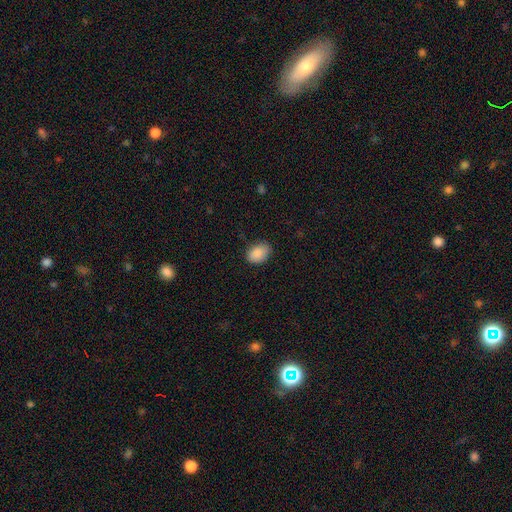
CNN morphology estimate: Smooth or featured? smooth (88%)
How rounded? in between (75%)
Merging? none (80%)